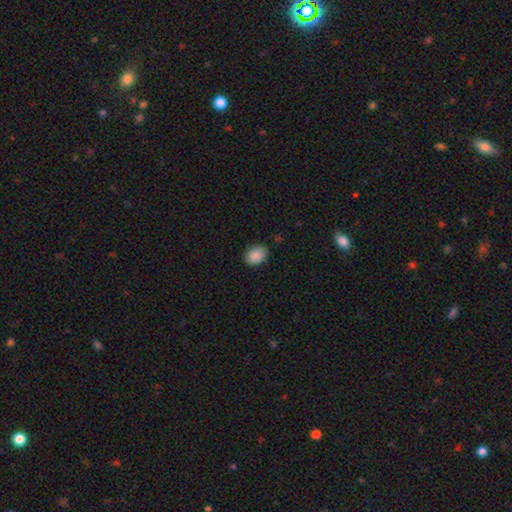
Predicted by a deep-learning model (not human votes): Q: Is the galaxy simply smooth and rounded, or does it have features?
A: smooth — 88%.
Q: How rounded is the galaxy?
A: in between — 57%.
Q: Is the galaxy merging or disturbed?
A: none — 85%.